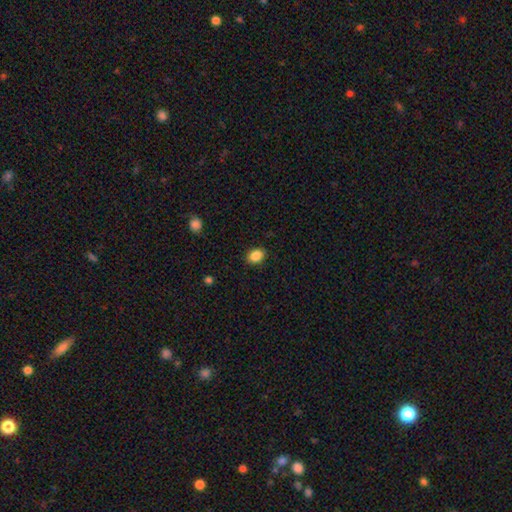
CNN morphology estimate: The model was most divided on "how rounded": in between: 71%, round: 28%, cigar-shaped: 1%. More confident: merging — none (89%); smooth or featured — smooth (88%).